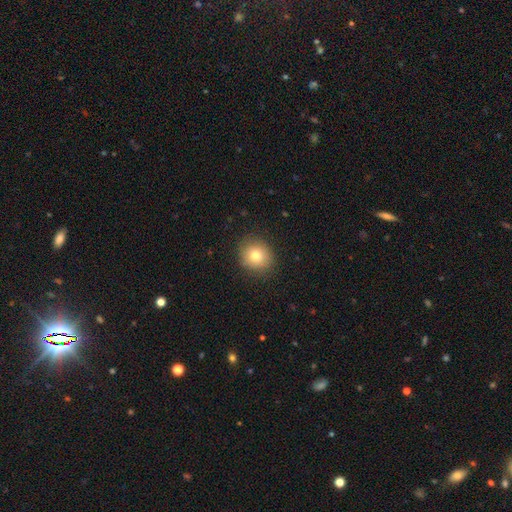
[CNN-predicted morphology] Smooth or featured: smooth — 78% (star or artifact — 11%)
How rounded: round — 85% (in between — 14%)
Merging: none — 88% (minor disturbance — 8%)